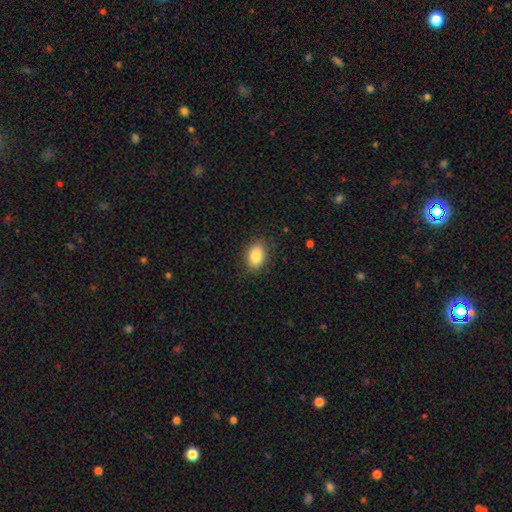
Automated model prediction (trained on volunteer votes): The model was most divided on "how rounded": in between: 83%, round: 16%, cigar-shaped: 1%. More confident: smooth or featured — smooth (86%); merging — none (86%).